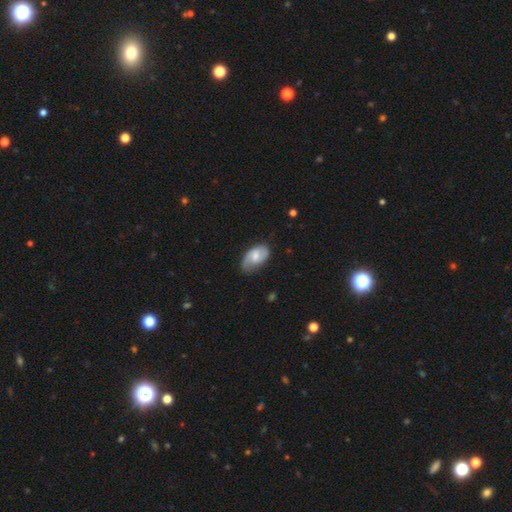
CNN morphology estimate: Smooth or featured: featured or disk — 53% (smooth — 41%)
Edge-on disk: no — 96% (yes — 4%)
Bar: no — 48% (weak — 44%)
Spiral arms: yes — 86% (no — 14%)
Bulge size: moderate — 48% (small — 34%)
Merging: none — 64% (minor disturbance — 27%)